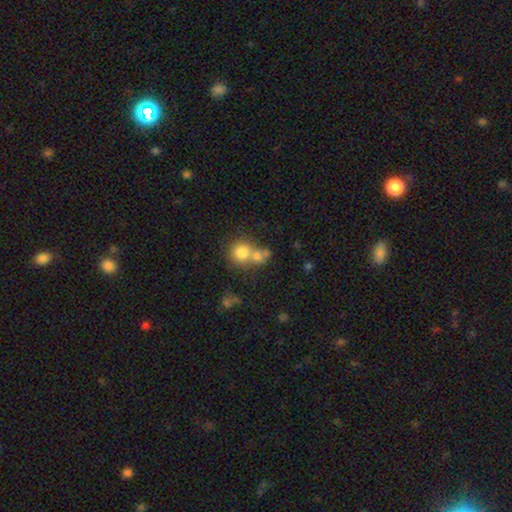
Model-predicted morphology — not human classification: Smooth or featured? Predicted: smooth (p=0.75). How rounded? Predicted: round (p=0.83). Merging? Predicted: merger (p=0.50).